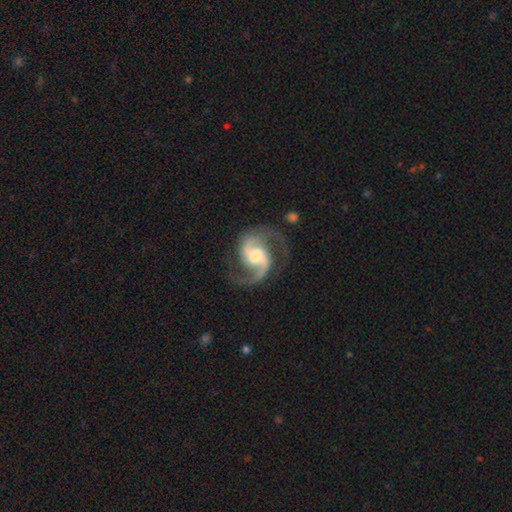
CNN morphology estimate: smooth-or-featured: featured or disk: 93% | star or artifact: 4% | smooth: 3%
  disk-edge-on: no: 98% | yes: 2%
    bar: weak: 49% | no: 31% | strong: 20%
    has-spiral-arms: yes: 98% | no: 2%
      spiral-winding: medium: 61% | loose: 28% | tight: 11%
      spiral-arm-count: 2: 94% | can't tell: 1% | 1: 1% | 3: 1% | 4: 1% | more than 4: 1%
    bulge-size: moderate: 58% | small: 24% | large: 13% | none: 4% | dominant: 1%
  merging: none: 77% | minor disturbance: 14% | major disturbance: 8% | merger: 1%